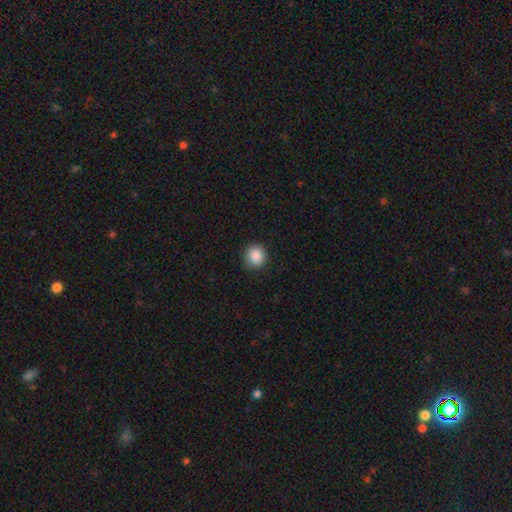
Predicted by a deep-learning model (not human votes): smooth_or_featured: smooth (p=0.88) [alt: star or artifact p=0.09]
how_rounded: round (p=0.88) [alt: in between p=0.11]
merging: none (p=0.89) [alt: minor disturbance p=0.08]